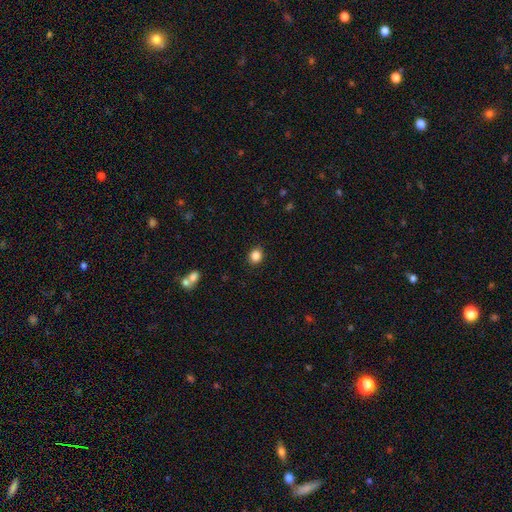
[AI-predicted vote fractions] Smooth or featured?
  - smooth: 85% *
  - star or artifact: 11%
  - featured or disk: 4%
How rounded?
  - round: 71% *
  - in between: 28%
  - cigar-shaped: 1%
Merging?
  - none: 91% *
  - minor disturbance: 6%
  - major disturbance: 2%
  - merger: 1%